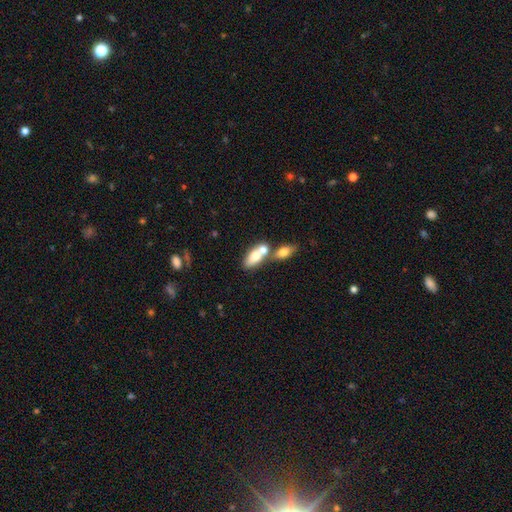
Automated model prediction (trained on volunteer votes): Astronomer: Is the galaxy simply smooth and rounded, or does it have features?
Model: smooth — 69%.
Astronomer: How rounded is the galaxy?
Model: in between — 79%.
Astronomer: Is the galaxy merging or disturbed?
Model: merger — 61%.